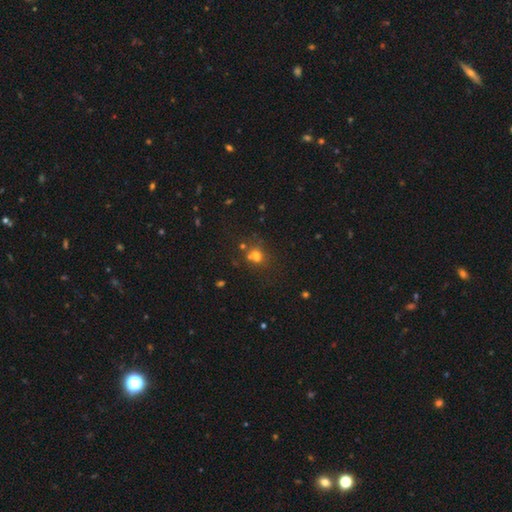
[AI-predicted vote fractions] Smooth or featured?
  - smooth: 64% *
  - star or artifact: 23%
  - featured or disk: 13%
How rounded?
  - round: 67% *
  - in between: 32%
  - cigar-shaped: 1%
Merging?
  - none: 50% *
  - merger: 31%
  - minor disturbance: 12%
  - major disturbance: 6%